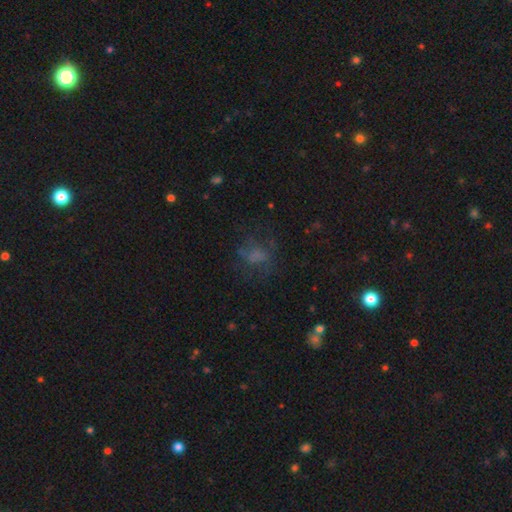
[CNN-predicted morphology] Overall: smooth (48%; featured or disk 30%). Merging: none (51%; major disturbance 27%).